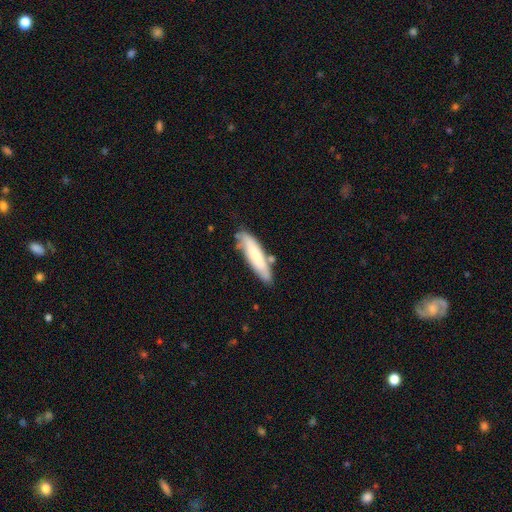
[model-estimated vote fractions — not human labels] smooth_or_featured: smooth (p=0.66) [alt: featured or disk p=0.28]
how_rounded: cigar-shaped (p=0.75) [alt: in between p=0.24]
merging: none (p=0.70) [alt: minor disturbance p=0.18]